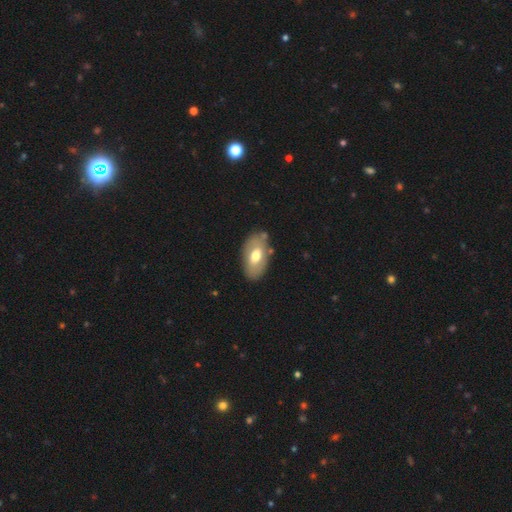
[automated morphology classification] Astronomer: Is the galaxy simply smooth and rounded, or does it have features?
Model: smooth — 59% (runner-up: featured or disk, 35%).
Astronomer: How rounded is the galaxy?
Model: in between — 93%.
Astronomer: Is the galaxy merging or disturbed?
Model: none — 77%.